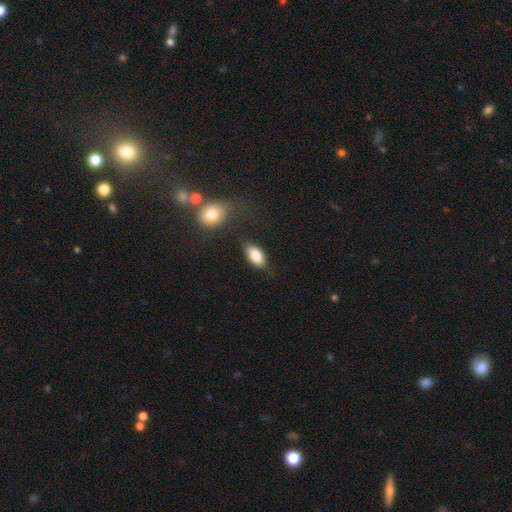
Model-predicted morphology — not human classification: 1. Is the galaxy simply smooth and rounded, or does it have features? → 84% smooth, 9% featured or disk, 7% star or artifact.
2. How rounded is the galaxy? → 90% in between, 5% cigar-shaped, 4% round.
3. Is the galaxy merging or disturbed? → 71% none, 18% minor disturbance, 6% major disturbance, 5% merger.